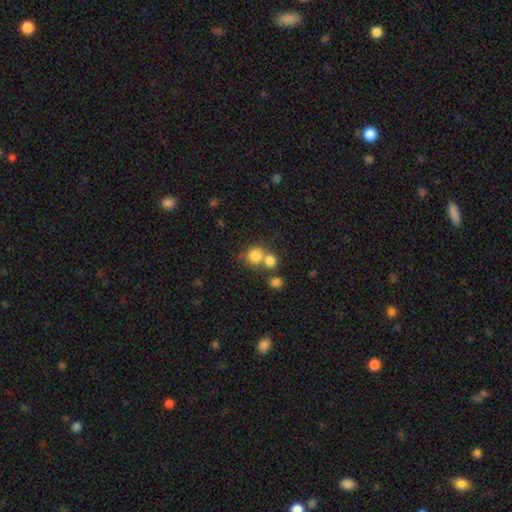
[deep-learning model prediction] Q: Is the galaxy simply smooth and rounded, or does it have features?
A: smooth — 80%.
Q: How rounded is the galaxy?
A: round — 83%.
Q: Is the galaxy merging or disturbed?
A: none — 47%.